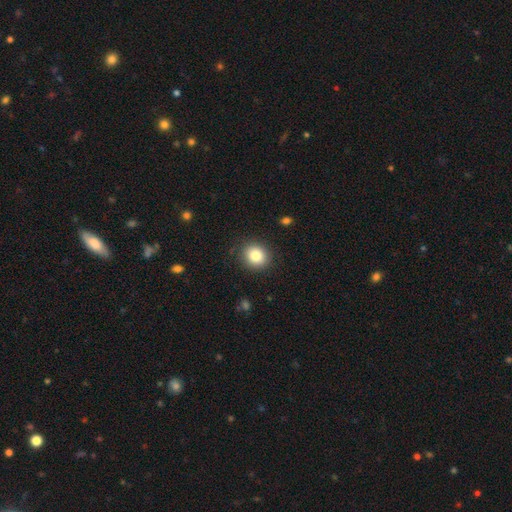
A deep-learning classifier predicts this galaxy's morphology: Smooth or featured: smooth — 83% (star or artifact — 10%)
How rounded: round — 77% (in between — 22%)
Merging: none — 88% (minor disturbance — 8%)